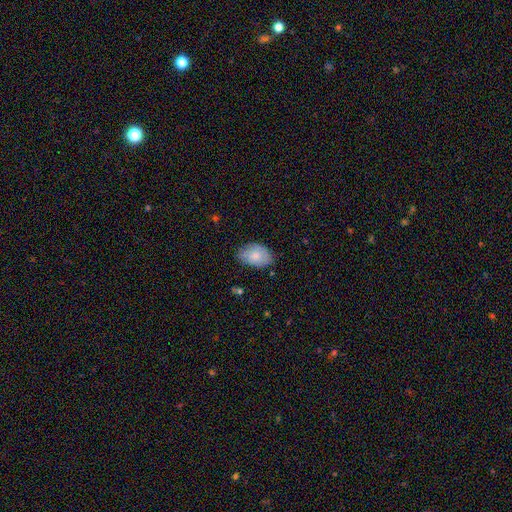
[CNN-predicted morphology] This is likely a smooth galaxy (73%). How rounded: clearly in between (88%). Merging: likely none (68%).